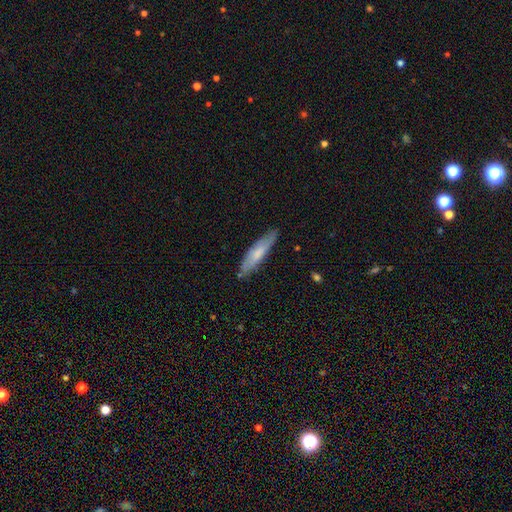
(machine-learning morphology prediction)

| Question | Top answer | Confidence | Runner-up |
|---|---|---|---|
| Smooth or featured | smooth | 63% | featured or disk (31%) |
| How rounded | cigar-shaped | 81% | in between (18%) |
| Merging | none | 83% | minor disturbance (13%) |